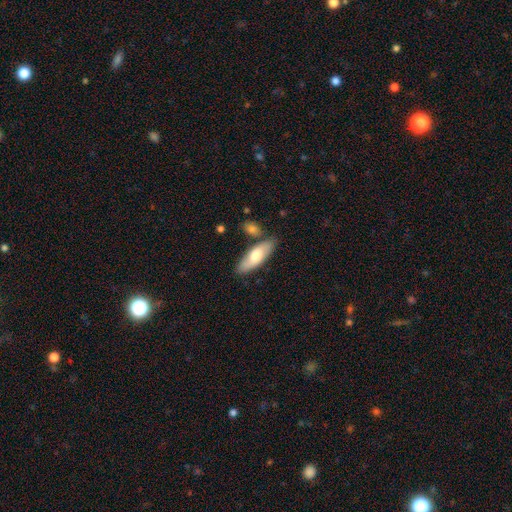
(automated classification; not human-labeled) The model was most divided on "how rounded": in between: 66%, cigar-shaped: 31%, round: 2%. More confident: merging — none (75%); smooth or featured — smooth (65%).